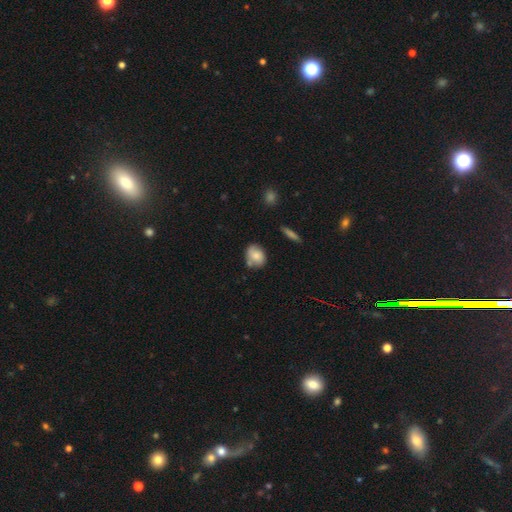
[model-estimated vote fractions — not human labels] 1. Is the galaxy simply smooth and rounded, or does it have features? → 76% smooth, 17% featured or disk, 8% star or artifact.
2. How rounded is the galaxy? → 60% in between, 38% round, 2% cigar-shaped.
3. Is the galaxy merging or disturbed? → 60% none, 23% minor disturbance, 12% merger, 5% major disturbance.